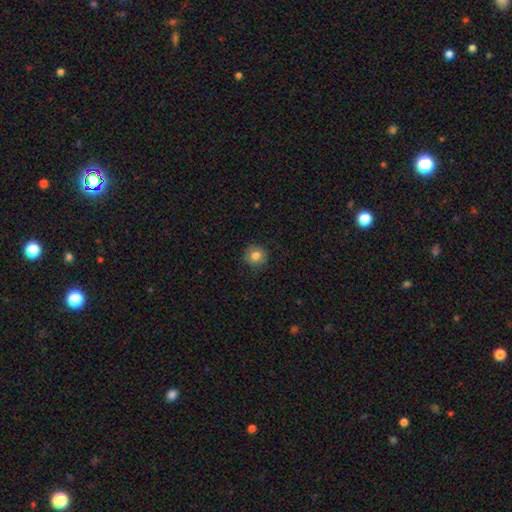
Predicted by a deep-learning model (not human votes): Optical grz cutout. It shows a smooth galaxy with no disk features (82%) that is round (92%). Merging: none (89%).